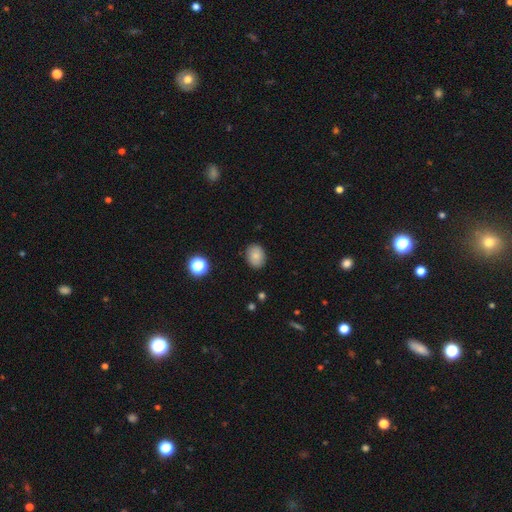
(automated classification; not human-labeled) smooth-or-featured: smooth: 81% | star or artifact: 10% | featured or disk: 10%
  how-rounded: in between: 60% | round: 39% | cigar-shaped: 1%
  merging: none: 86% | minor disturbance: 10% | major disturbance: 2% | merger: 1%